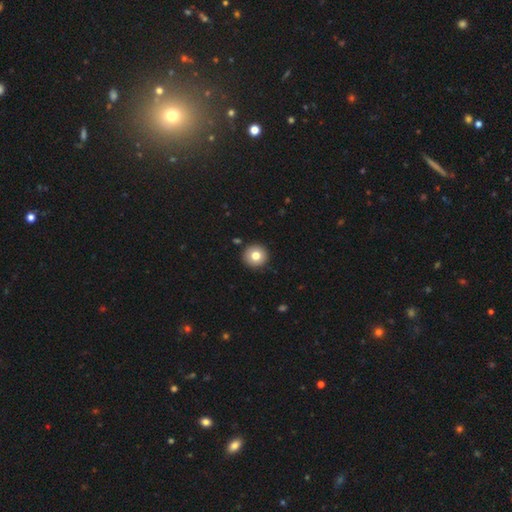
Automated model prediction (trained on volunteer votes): Smooth or featured: smooth — 79% (featured or disk — 12%)
How rounded: round — 95% (in between — 4%)
Merging: none — 92% (minor disturbance — 5%)